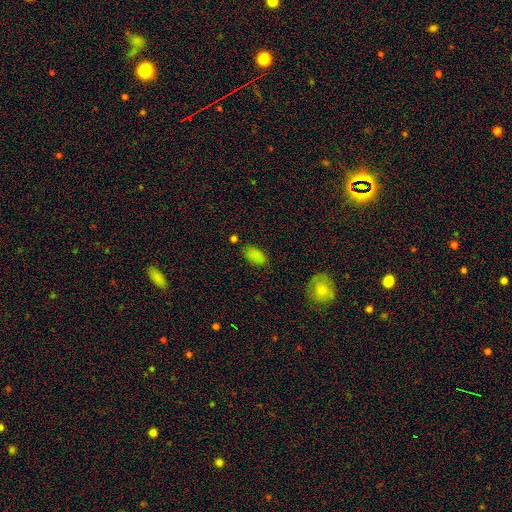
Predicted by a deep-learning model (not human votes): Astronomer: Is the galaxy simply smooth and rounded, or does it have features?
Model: smooth — 83%.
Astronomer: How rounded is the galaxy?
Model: in between — 93%.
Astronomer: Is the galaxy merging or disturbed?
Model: none — 77%.